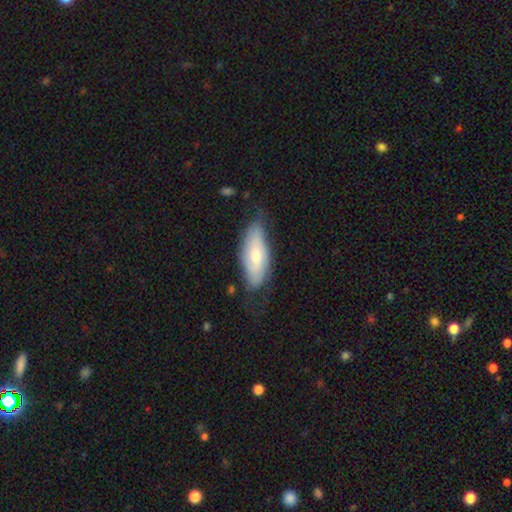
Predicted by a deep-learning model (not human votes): Overall: smooth (55%; featured or disk 39%). How rounded: in between (77%). Merging: none (62%; minor disturbance 29%).